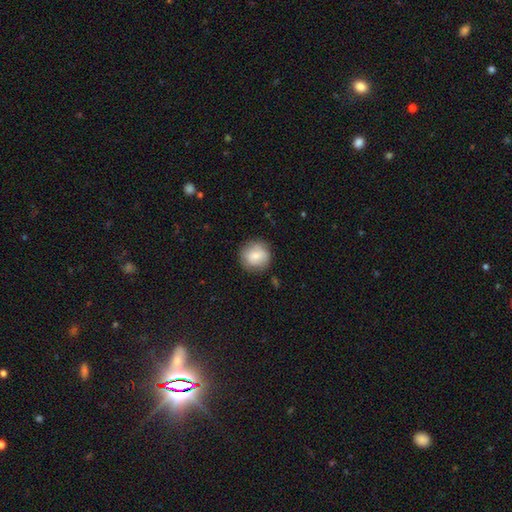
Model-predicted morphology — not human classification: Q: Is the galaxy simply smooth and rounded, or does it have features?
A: smooth — 79%.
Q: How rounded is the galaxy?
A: round — 92%.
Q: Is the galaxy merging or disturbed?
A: none — 83%.